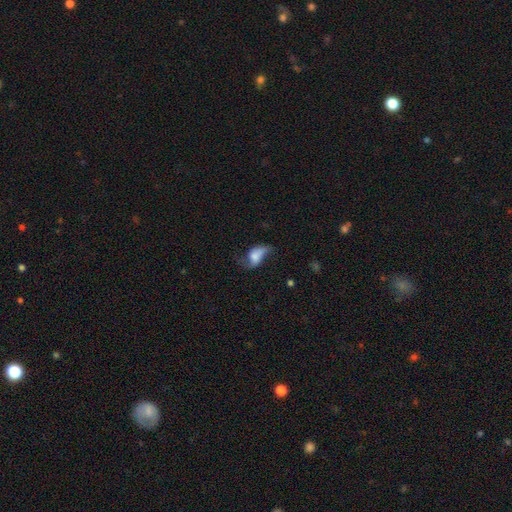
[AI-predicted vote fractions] The model was most divided on "smooth or featured": featured or disk: 48%, smooth: 42%, star or artifact: 10%. Remaining: merging — none (39%).